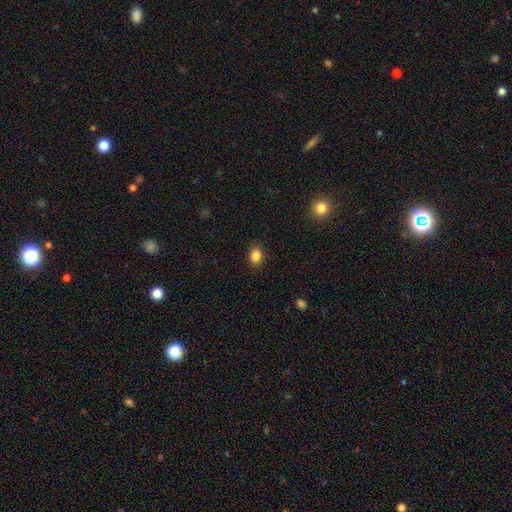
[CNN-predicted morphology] smooth_or_featured: smooth (p=0.85) [alt: star or artifact p=0.10]
how_rounded: in between (p=0.65) [alt: round p=0.34]
merging: none (p=0.88) [alt: minor disturbance p=0.08]